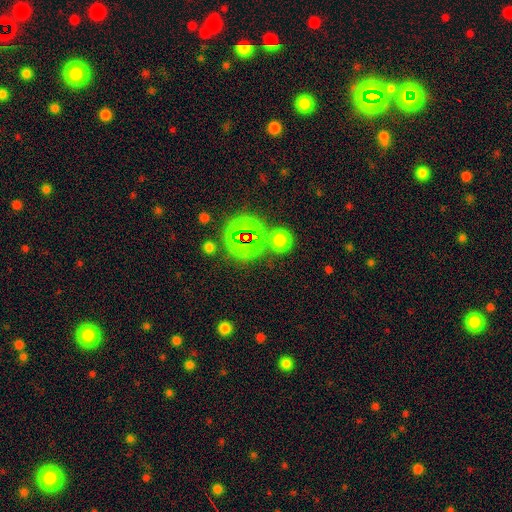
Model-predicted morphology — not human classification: Smooth or featured? star or artifact (67%)